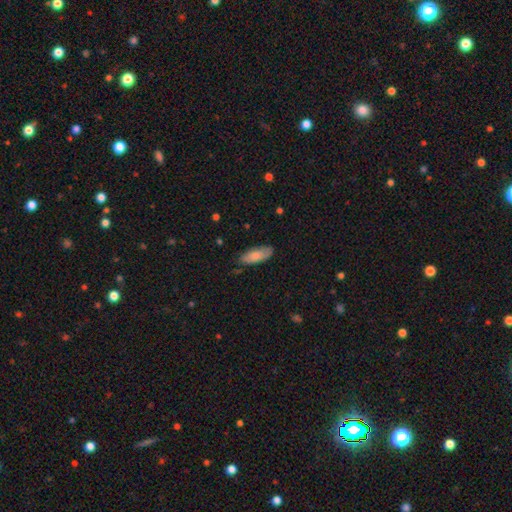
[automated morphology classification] This is clearly a smooth galaxy (81%). How rounded: likely in between (77%). Merging: likely none (77%).